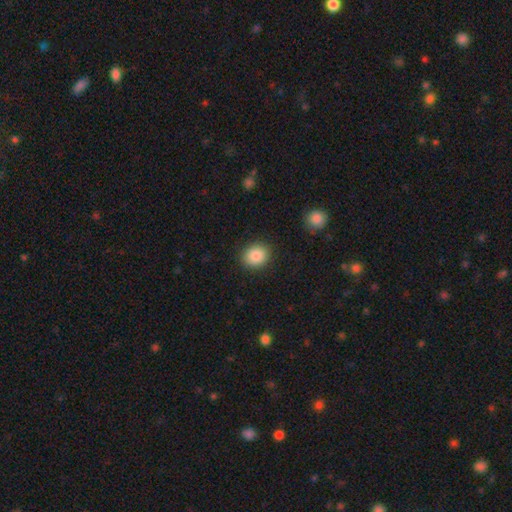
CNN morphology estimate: This is clearly a smooth galaxy (88%). How rounded: likely round (67%). Merging: clearly none (89%).